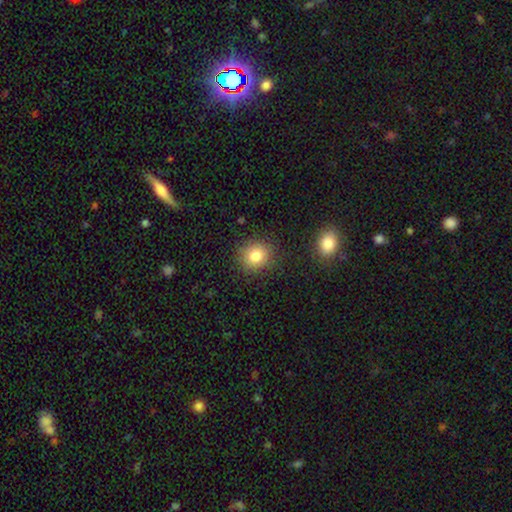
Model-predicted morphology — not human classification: This is clearly a smooth galaxy (81%). How rounded: likely round (79%). Merging: clearly none (86%).